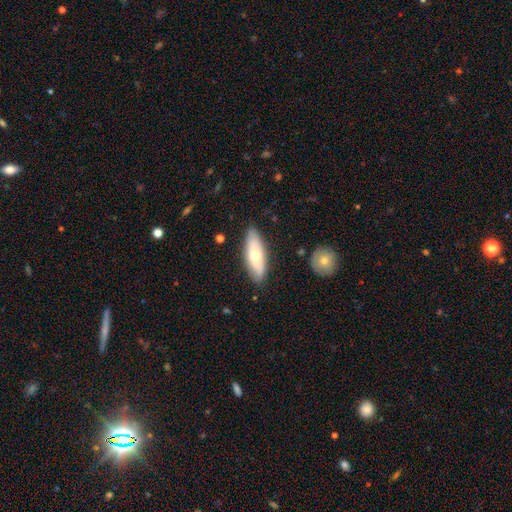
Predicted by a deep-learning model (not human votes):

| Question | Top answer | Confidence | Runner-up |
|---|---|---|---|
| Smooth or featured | smooth | 57% | featured or disk (37%) |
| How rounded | in between | 65% | cigar-shaped (33%) |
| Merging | none | 84% | minor disturbance (12%) |